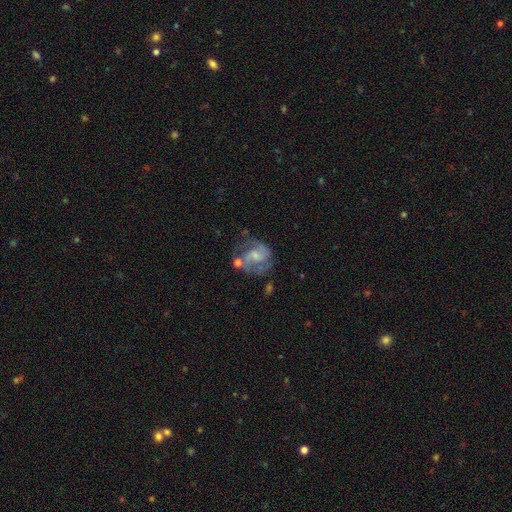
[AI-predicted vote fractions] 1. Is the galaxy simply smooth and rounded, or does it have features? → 76% featured or disk, 17% smooth, 7% star or artifact.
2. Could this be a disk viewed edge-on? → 98% no, 2% yes.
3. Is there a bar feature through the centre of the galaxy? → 50% weak, 39% no, 11% strong.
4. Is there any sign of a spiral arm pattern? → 91% yes, 9% no.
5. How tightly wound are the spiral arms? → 52% medium, 28% tight, 20% loose.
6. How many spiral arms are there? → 73% 2, 12% can't tell, 8% 3, 4% 1, 2% 4, 2% more than 4.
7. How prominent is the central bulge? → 44% small, 30% moderate, 21% none, 4% large, 1% dominant.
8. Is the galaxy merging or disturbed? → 51% none, 22% minor disturbance, 16% major disturbance, 11% merger.